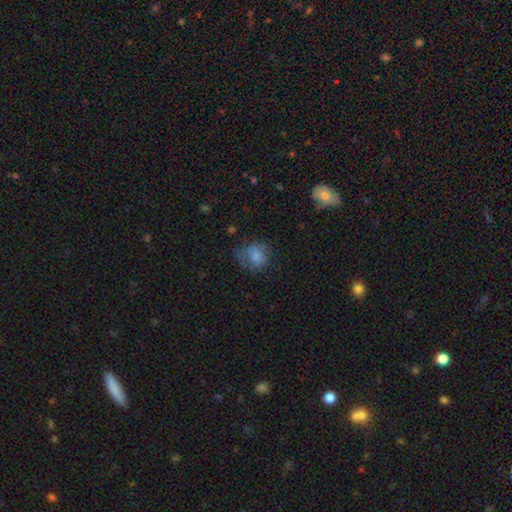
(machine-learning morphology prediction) smooth 69%, featured or disk 20%, star or artifact 11%. Down the decision tree: how rounded — round (70%); merging — none (45%).